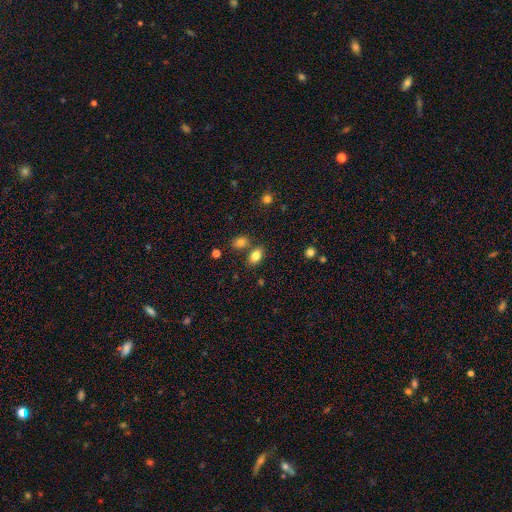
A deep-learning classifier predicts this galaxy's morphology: A smooth galaxy with no disk features (82%) that is in between round and cigar-shaped (83%). Merging: none (70%).